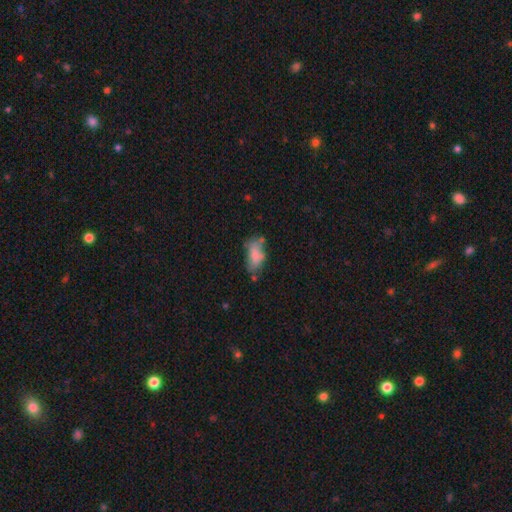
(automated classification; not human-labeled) Smooth or featured: smooth — 70% (featured or disk — 21%)
How rounded: in between — 88% (cigar-shaped — 8%)
Merging: none — 41% (minor disturbance — 29%)